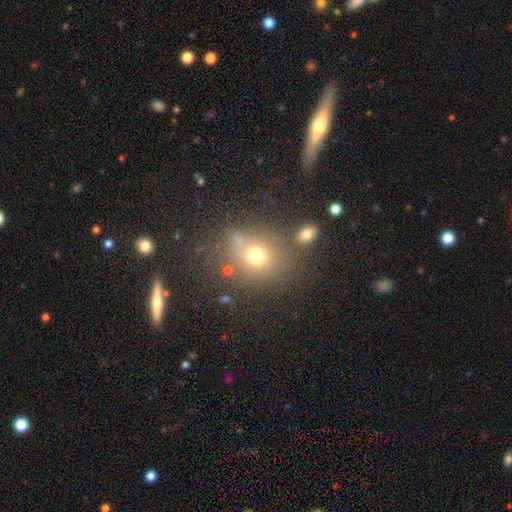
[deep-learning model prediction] This appears to be a smooth galaxy with no disk features (68%) that is round (75%). Merging: none (65%).